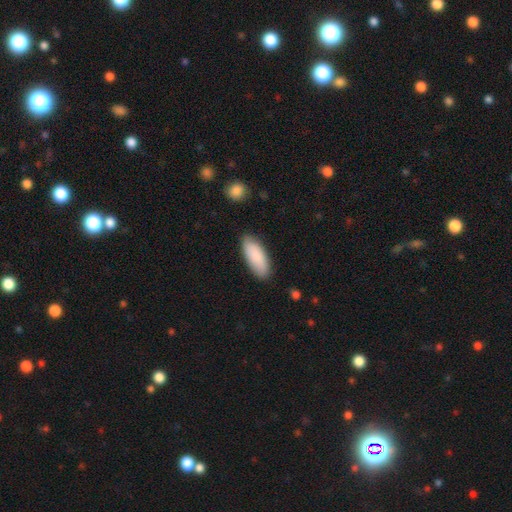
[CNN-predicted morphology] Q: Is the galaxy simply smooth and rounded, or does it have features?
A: smooth — 88%.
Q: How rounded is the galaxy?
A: in between — 77%.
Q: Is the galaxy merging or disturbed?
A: none — 85%.